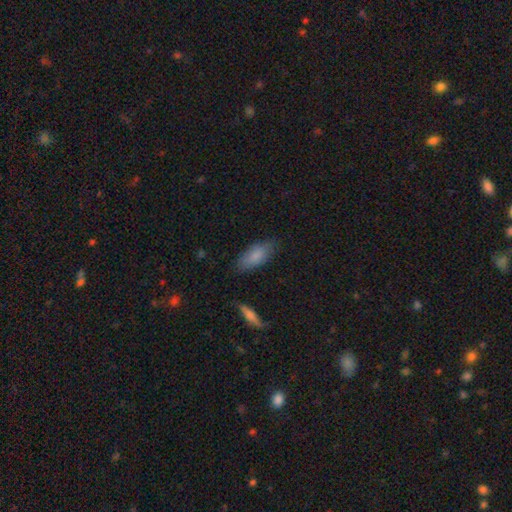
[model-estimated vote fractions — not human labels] Smooth or featured? smooth (84%)
How rounded? in between (81%)
Merging? none (79%)